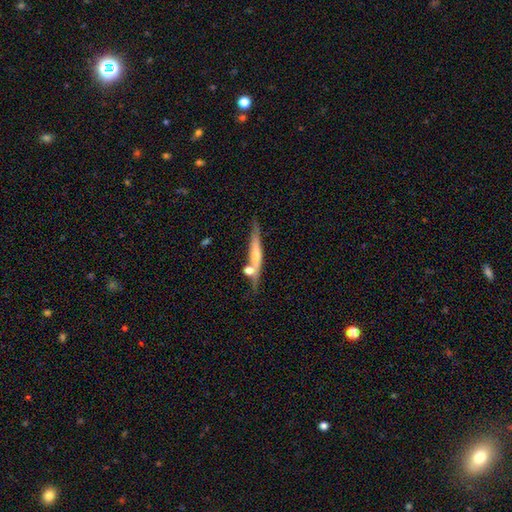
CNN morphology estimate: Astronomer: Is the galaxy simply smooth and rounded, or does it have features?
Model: featured or disk — 49% (runner-up: smooth, 44%).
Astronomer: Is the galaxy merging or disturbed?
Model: none — 65%.